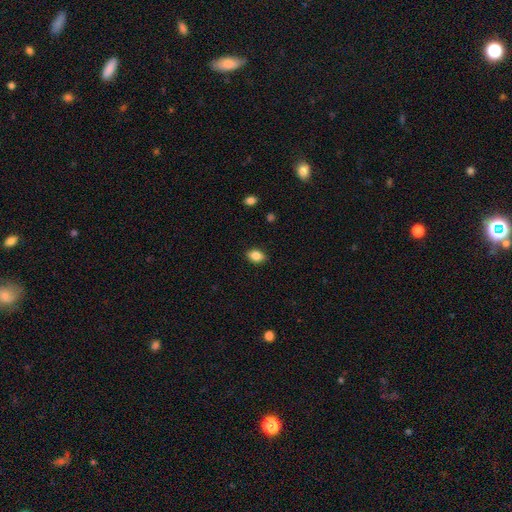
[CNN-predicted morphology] Q: Smooth or featured?
A: smooth (86%); runner-up: star or artifact (9%)
Q: How rounded?
A: in between (79%); runner-up: round (19%)
Q: Merging?
A: none (88%); runner-up: minor disturbance (9%)